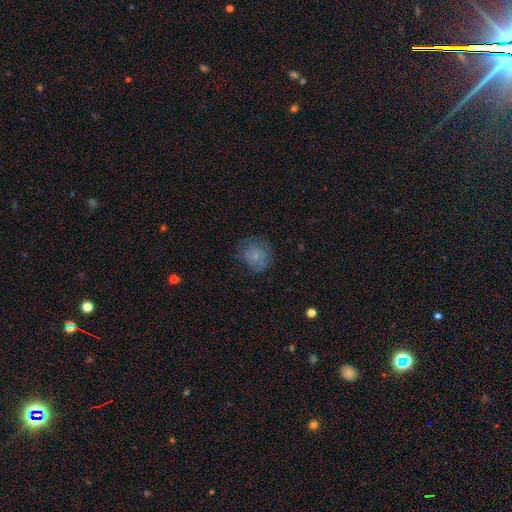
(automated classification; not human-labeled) The model was most divided on "merging": none: 63%, minor disturbance: 23%, major disturbance: 12%, merger: 2%. More confident: how rounded — round (80%); smooth or featured — smooth (70%).